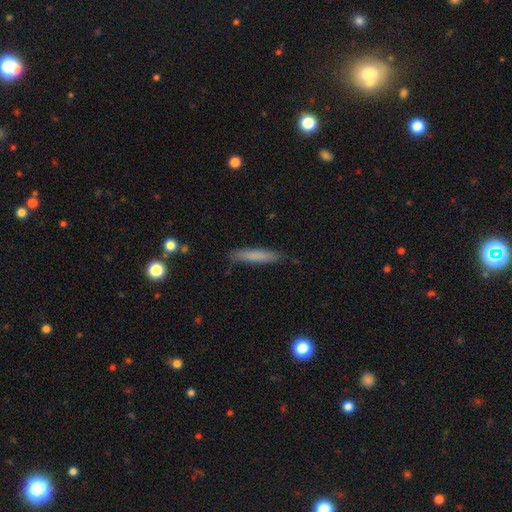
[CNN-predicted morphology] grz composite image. It shows a smooth galaxy with no disk features (76%) that is cigar-shaped (90%). Merging: none (84%).